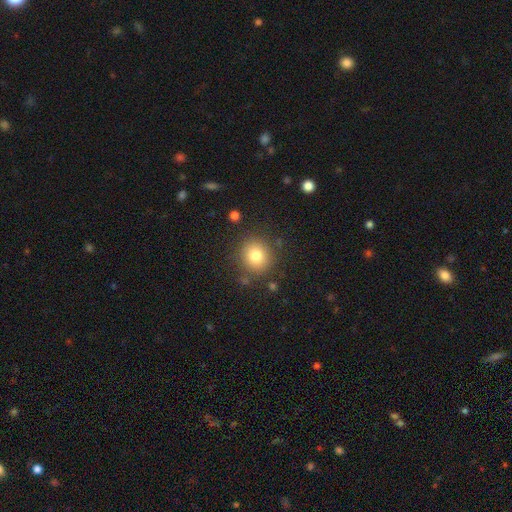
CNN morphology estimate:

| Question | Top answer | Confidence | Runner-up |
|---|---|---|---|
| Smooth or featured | smooth | 80% | star or artifact (11%) |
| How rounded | round | 84% | in between (15%) |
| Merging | none | 84% | minor disturbance (9%) |